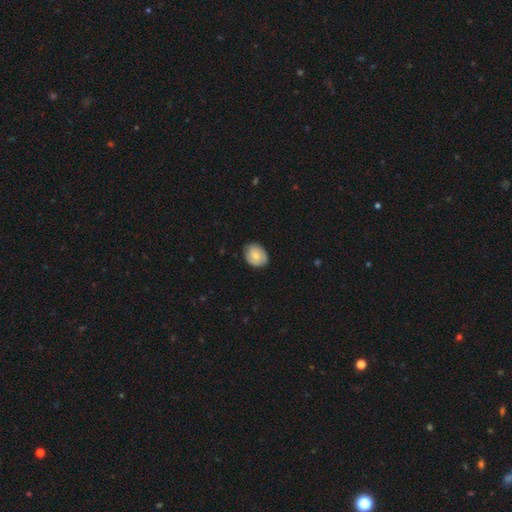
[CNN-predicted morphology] smooth-or-featured: smooth: 69% | featured or disk: 25% | star or artifact: 7%
  how-rounded: round: 54% | in between: 45% | cigar-shaped: 1%
  merging: none: 79% | minor disturbance: 17% | major disturbance: 3% | merger: 1%